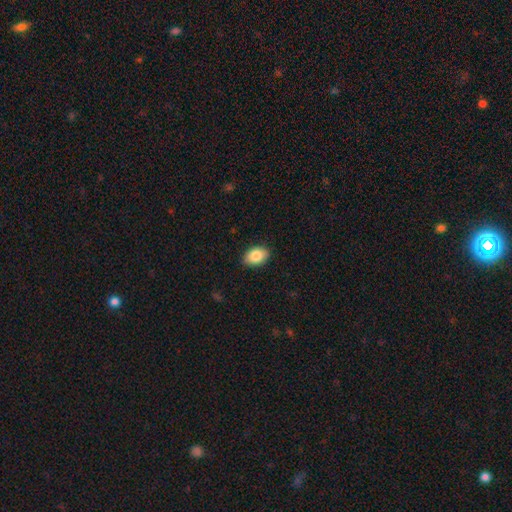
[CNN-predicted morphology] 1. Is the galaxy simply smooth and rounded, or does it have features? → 86% smooth, 7% star or artifact, 7% featured or disk.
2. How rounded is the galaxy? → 86% in between, 13% round, 1% cigar-shaped.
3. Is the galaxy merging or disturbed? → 88% none, 9% minor disturbance, 2% major disturbance, 1% merger.